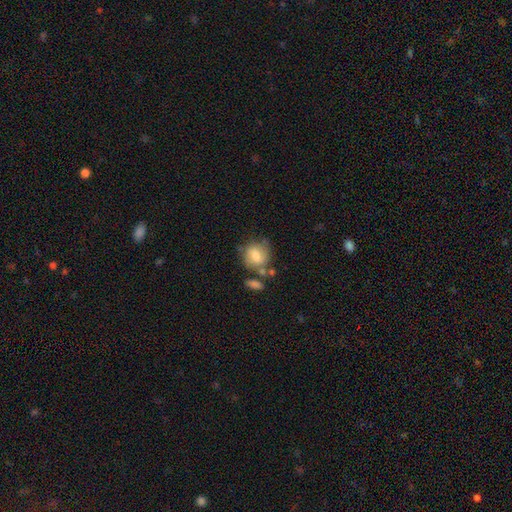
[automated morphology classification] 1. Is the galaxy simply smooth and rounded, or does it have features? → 65% smooth, 26% featured or disk, 8% star or artifact.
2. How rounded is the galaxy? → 68% round, 31% in between, 1% cigar-shaped.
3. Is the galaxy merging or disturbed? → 52% none, 22% minor disturbance, 16% merger, 9% major disturbance.